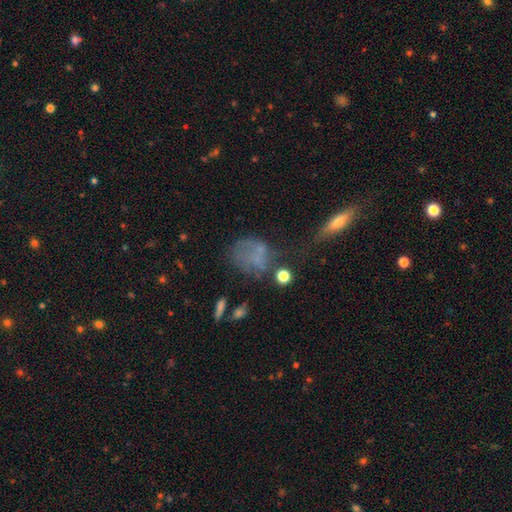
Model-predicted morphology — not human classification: This appears to be a smooth galaxy with no disk features (51%) that is in between round and cigar-shaped (52%). Merging: none (37%).